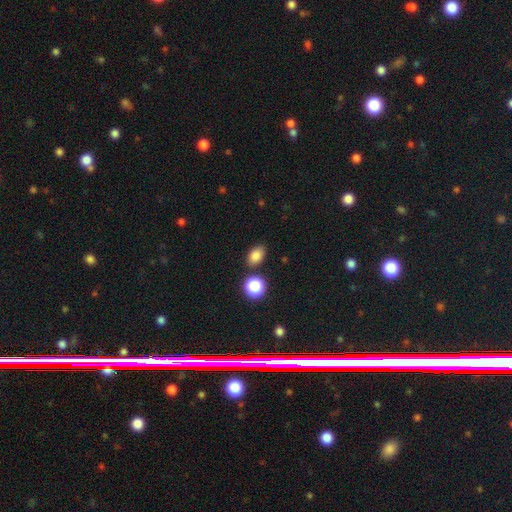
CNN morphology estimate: Smooth or featured: smooth — 82% (star or artifact — 13%)
How rounded: in between — 77% (round — 22%)
Merging: none — 80% (minor disturbance — 11%)